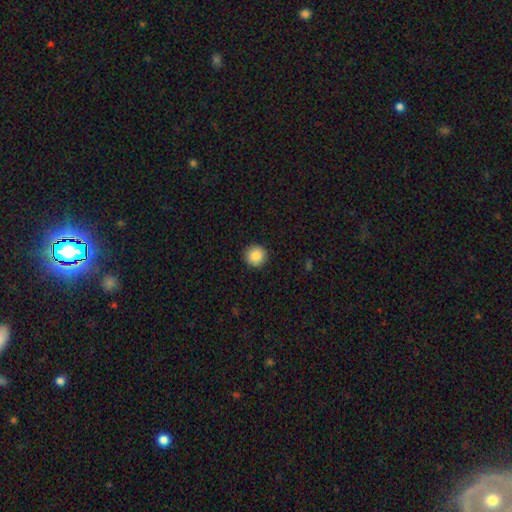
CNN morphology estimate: This appears to be a smooth galaxy with no disk features (88%) that is round (95%). Merging: none (92%).